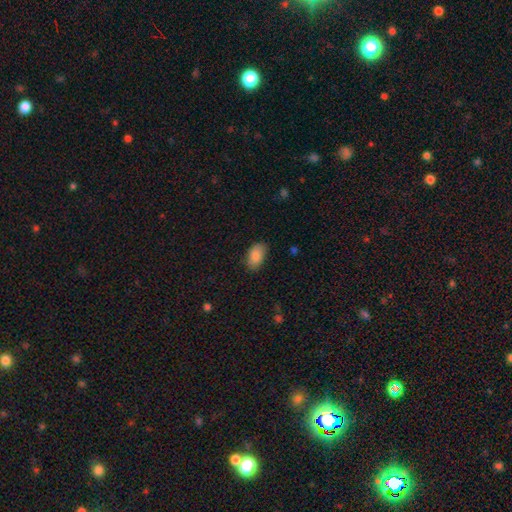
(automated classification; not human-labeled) smooth 87%, star or artifact 7%, featured or disk 6%. Down the decision tree: how rounded — in between (93%); merging — none (84%).